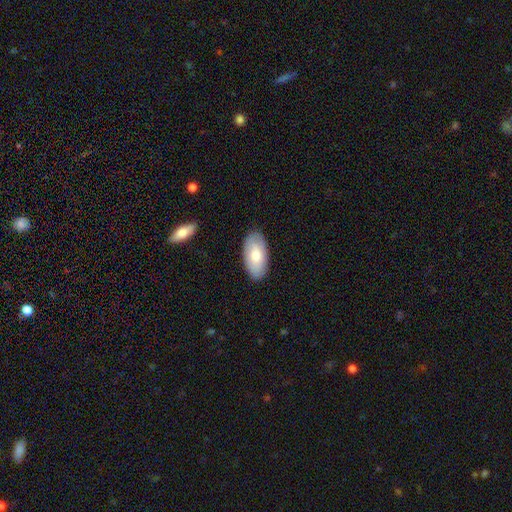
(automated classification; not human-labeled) Smooth or featured? Predicted: smooth (p=0.73). How rounded? Predicted: in between (p=0.95). Merging? Predicted: none (p=0.86).